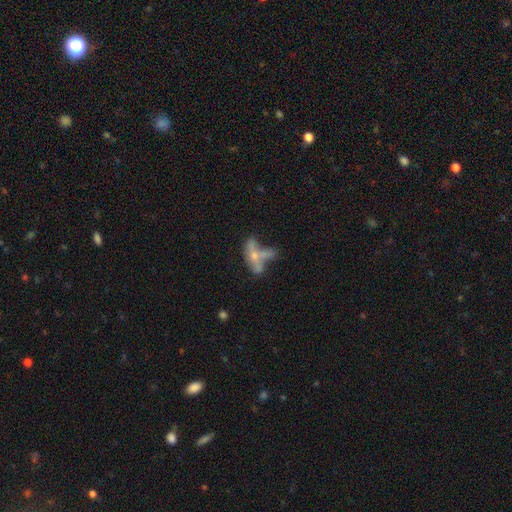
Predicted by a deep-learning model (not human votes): This is possibly a featured or disk galaxy (46%). Merging: possibly merger (45%).